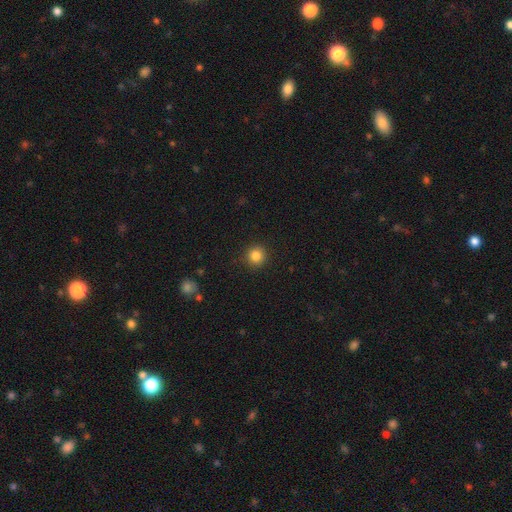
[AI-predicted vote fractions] This is clearly a smooth galaxy (84%). How rounded: clearly round (94%). Merging: clearly none (92%).